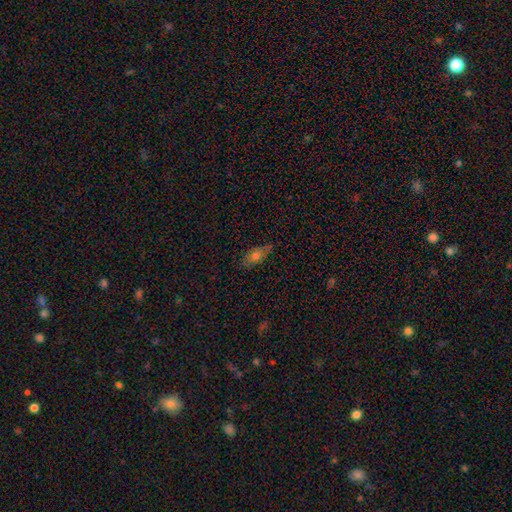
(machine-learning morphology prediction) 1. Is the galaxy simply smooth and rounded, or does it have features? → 64% smooth, 22% featured or disk, 14% star or artifact.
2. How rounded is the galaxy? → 71% in between, 22% cigar-shaped, 6% round.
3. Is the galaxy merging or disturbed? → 72% none, 22% minor disturbance, 4% major disturbance, 2% merger.